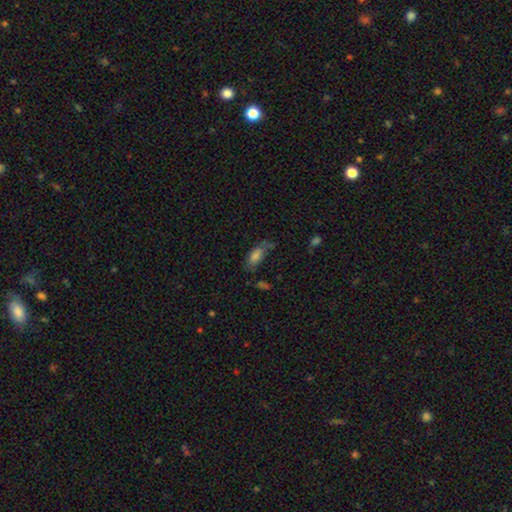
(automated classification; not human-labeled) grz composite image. It shows a smooth galaxy with no disk features (72%) that is in between round and cigar-shaped (82%). Merging: none (52%).